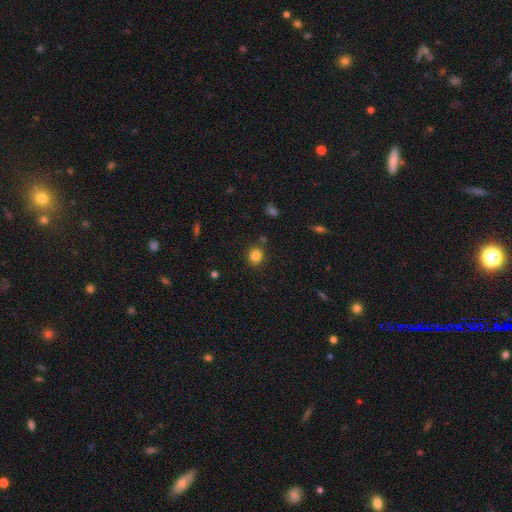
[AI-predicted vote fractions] Smooth or featured? smooth (83%)
How rounded? round (84%)
Merging? none (85%)